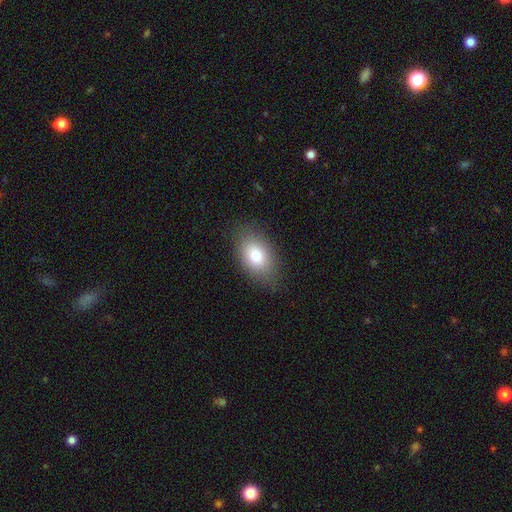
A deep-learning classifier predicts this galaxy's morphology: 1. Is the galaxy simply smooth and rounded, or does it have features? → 76% smooth, 14% featured or disk, 10% star or artifact.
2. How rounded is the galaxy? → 81% in between, 17% round, 2% cigar-shaped.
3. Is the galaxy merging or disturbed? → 83% none, 12% minor disturbance, 4% major disturbance, 1% merger.